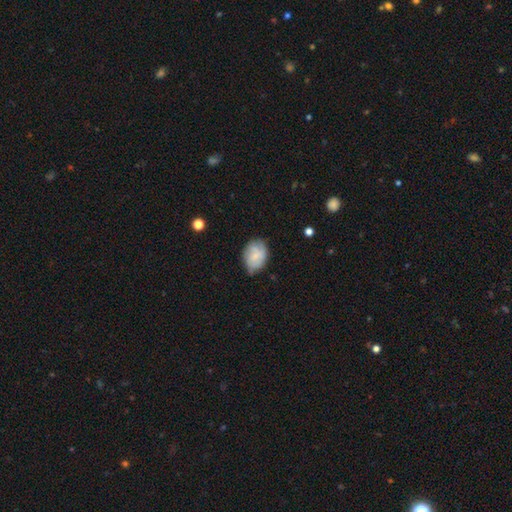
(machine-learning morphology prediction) type=smooth (58%); roundness=in between (73%); merging=none (64%).